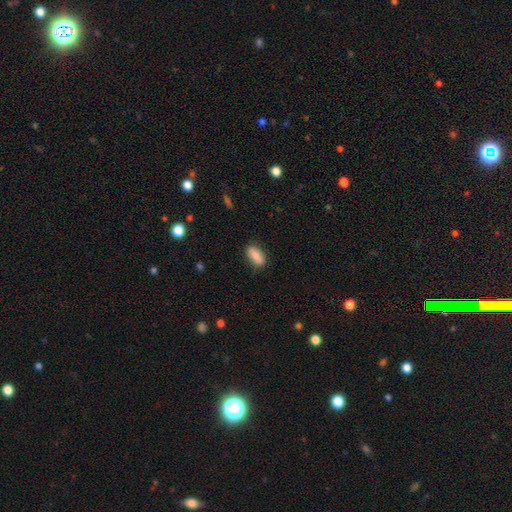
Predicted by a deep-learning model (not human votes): Morphology: type=smooth (84%); roundness=in between (87%); merging=none (81%).